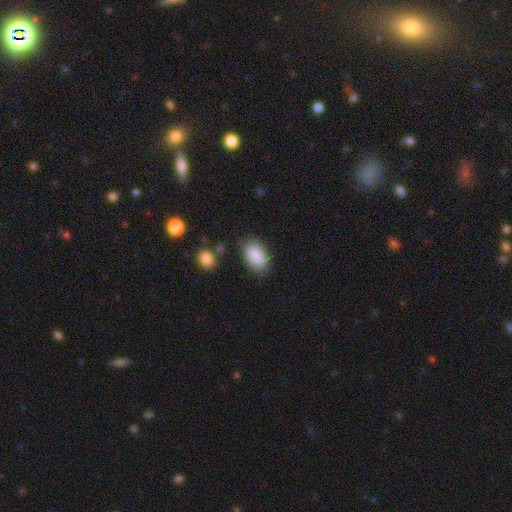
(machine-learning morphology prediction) smooth 88%, star or artifact 7%, featured or disk 6%. Down the decision tree: how rounded — in between (92%); merging — none (77%).